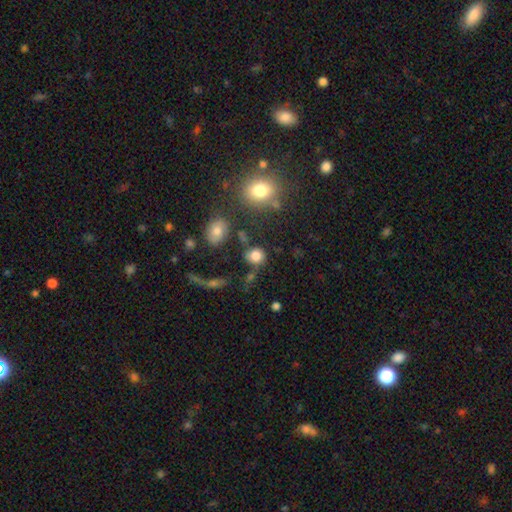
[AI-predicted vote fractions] A smooth galaxy with no disk features (80%) that is round (79%). Merging: none (66%).